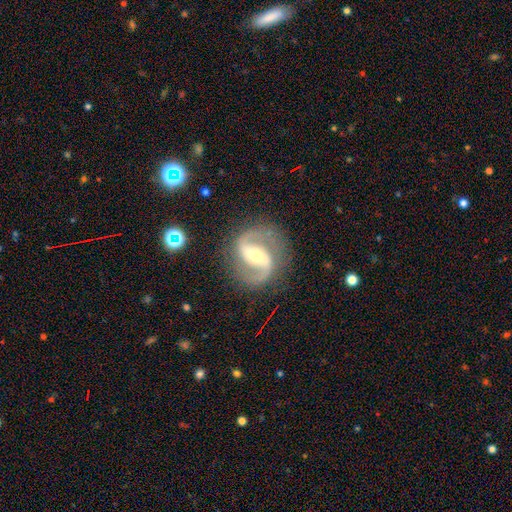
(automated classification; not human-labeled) A featured or disk galaxy (91%) with a strong bar (44%), 2 (94%) medium (56%) spiral arms (98%) and a moderate central bulge (54%).

Vote fractions:
- Smooth or featured? featured or disk: 91% / star or artifact: 5% / smooth: 4%
- Edge-on disk? no: 98% / yes: 2%
- Bar? strong: 44% / weak: 36% / no: 20%
- Spiral arms? yes: 98% / no: 2%
- Spiral winding? medium: 56% / loose: 30% / tight: 14%
- Spiral arm count? 2: 94% / can't tell: 2% / 1: 1% / 3: 1% / 4: 1% / more than 4: 1%
- Bulge size? moderate: 54% / small: 41% / large: 3% / none: 1% / dominant: 1%
- Merging? none: 85% / minor disturbance: 10% / major disturbance: 4% / merger: 1%